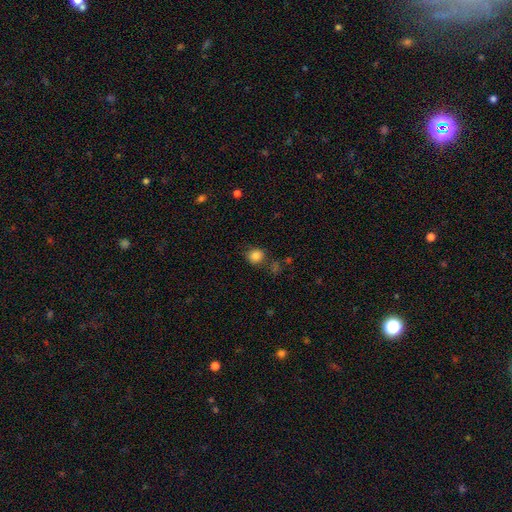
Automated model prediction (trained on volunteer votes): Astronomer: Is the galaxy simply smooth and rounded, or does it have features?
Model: smooth — 84%.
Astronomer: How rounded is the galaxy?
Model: round — 82%.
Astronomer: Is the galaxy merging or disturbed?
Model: none — 76%.